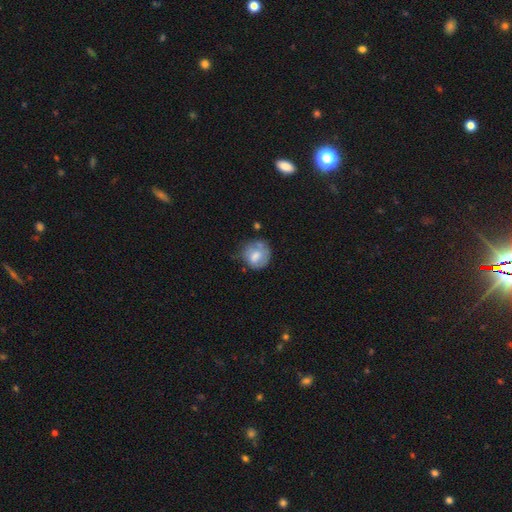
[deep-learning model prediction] Smooth or featured: smooth — 61% (featured or disk — 31%)
How rounded: round — 77% (in between — 22%)
Merging: none — 46% (minor disturbance — 33%)